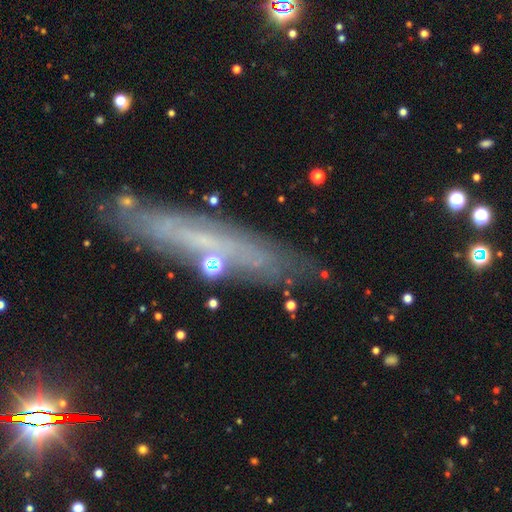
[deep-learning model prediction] Overall: featured or disk (60%; smooth 28%). Edge-on disk: yes (54%; no 46%). Merging: none (79%).